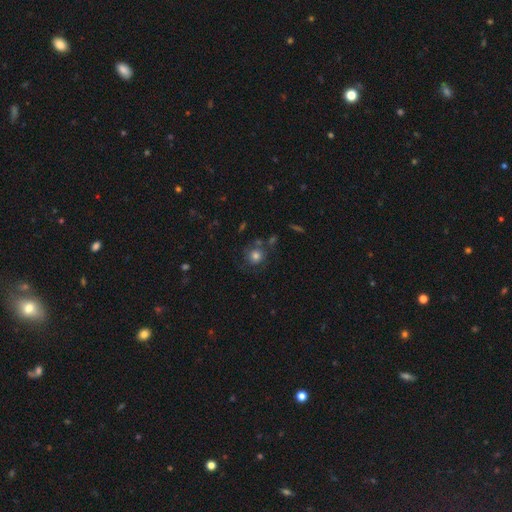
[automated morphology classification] Q: Smooth or featured?
A: smooth (67%); runner-up: featured or disk (20%)
Q: How rounded?
A: round (89%); runner-up: in between (10%)
Q: Merging?
A: none (66%); runner-up: minor disturbance (17%)